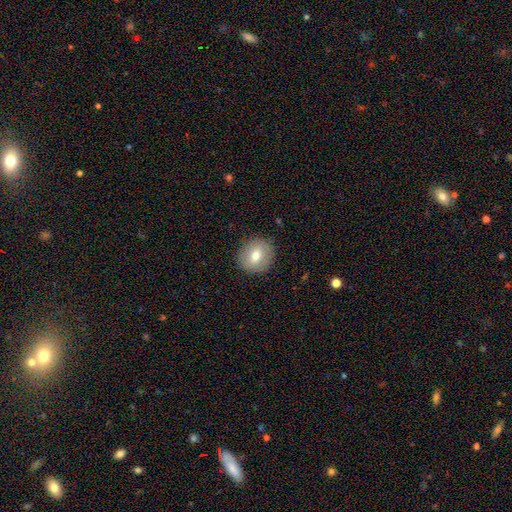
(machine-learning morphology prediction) type=smooth (72%); roundness=round (84%); merging=none (89%).